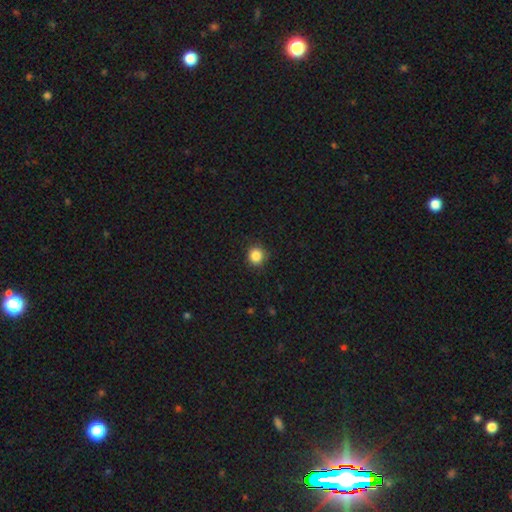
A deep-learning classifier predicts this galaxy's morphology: This is clearly a smooth galaxy (86%). How rounded: clearly round (92%). Merging: clearly none (89%).